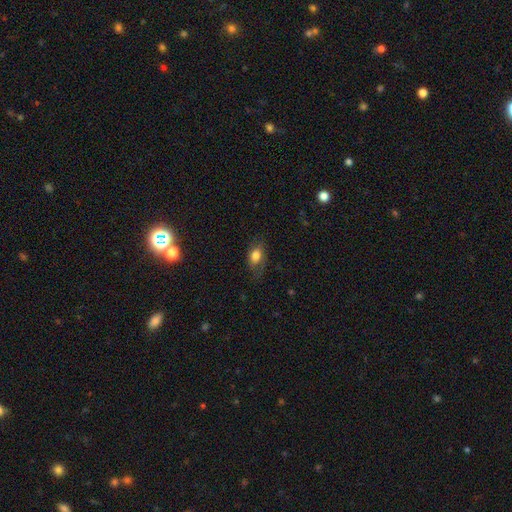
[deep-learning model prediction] A smooth galaxy with no disk features (76%) that is in between round and cigar-shaped (81%). Merging: none (62%).